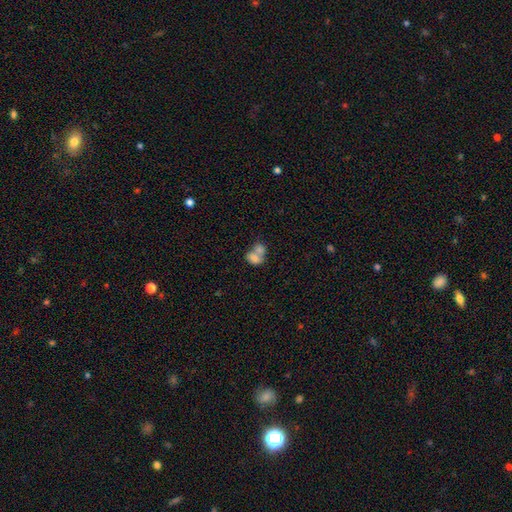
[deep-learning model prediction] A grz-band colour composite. It shows a smooth galaxy with no disk features (73%) that is in between round and cigar-shaped (70%). Merging: merger (72%).